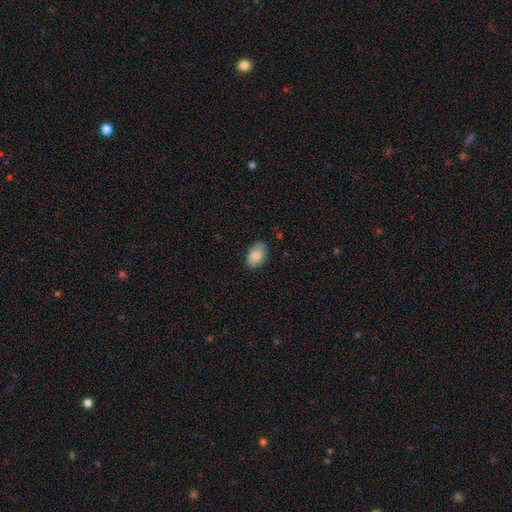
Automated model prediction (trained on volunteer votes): smooth-or-featured: smooth: 85% | featured or disk: 8% | star or artifact: 7%
  how-rounded: in between: 91% | round: 8% | cigar-shaped: 1%
  merging: none: 80% | minor disturbance: 16% | major disturbance: 3% | merger: 1%